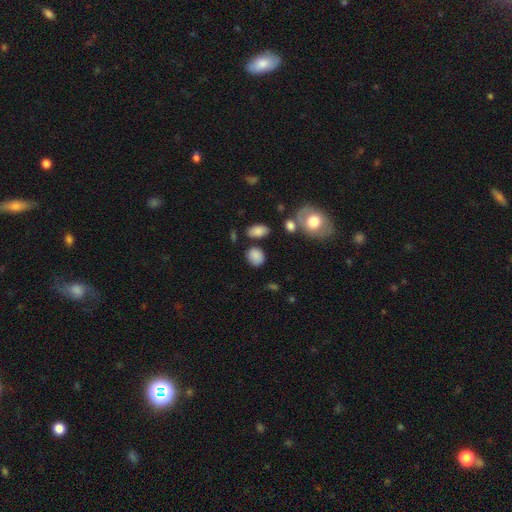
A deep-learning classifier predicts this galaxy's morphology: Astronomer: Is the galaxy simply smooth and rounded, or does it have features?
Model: smooth — 84%.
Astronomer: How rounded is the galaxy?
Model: round — 51% (runner-up: in between, 48%).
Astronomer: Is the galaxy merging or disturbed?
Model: none — 75%.